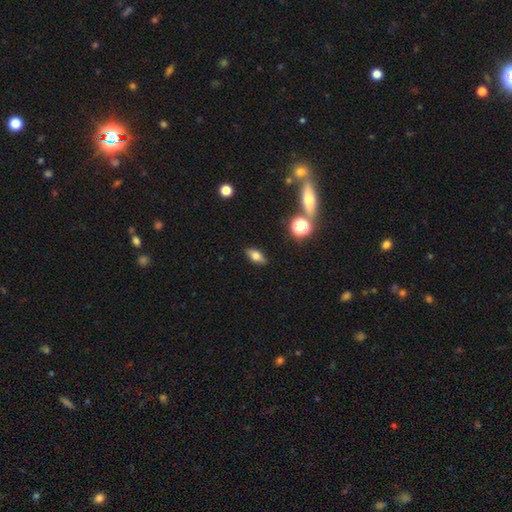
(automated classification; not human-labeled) Smooth or featured?
  - smooth: 64% *
  - featured or disk: 23%
  - star or artifact: 12%
How rounded?
  - in between: 76% *
  - cigar-shaped: 15%
  - round: 9%
Merging?
  - none: 87% *
  - minor disturbance: 9%
  - major disturbance: 2%
  - merger: 2%